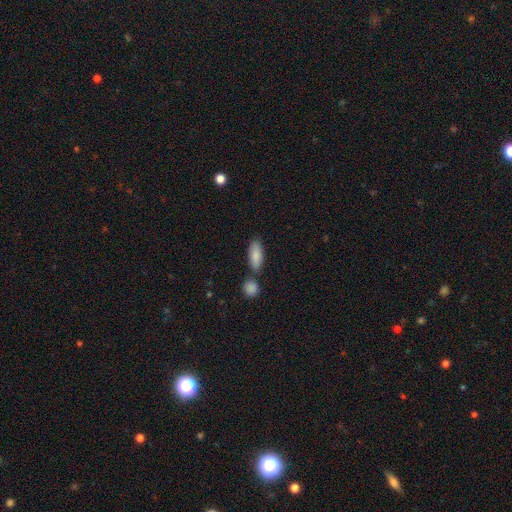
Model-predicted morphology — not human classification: Smooth or featured? smooth (84%)
How rounded? in between (77%)
Merging? none (64%)